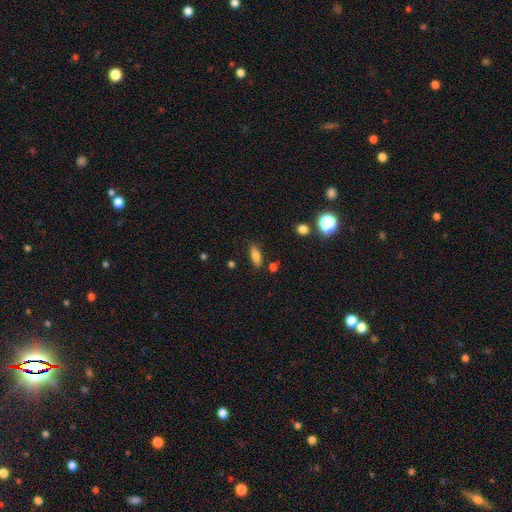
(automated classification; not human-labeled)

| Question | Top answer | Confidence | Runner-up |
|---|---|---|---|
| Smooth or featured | smooth | 80% | star or artifact (10%) |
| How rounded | in between | 68% | cigar-shaped (28%) |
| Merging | none | 80% | minor disturbance (13%) |